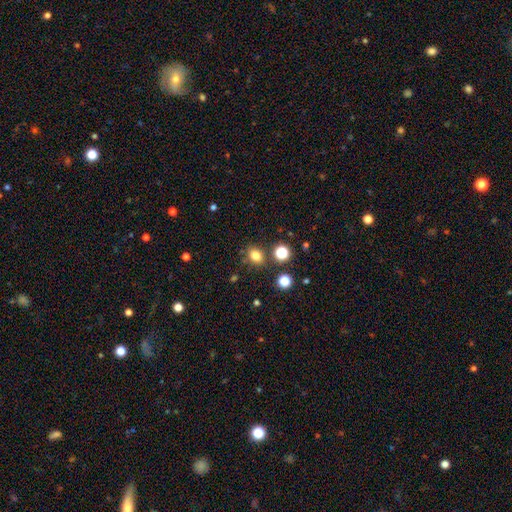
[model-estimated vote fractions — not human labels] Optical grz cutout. It shows a smooth galaxy with no disk features (79%) that is in between round and cigar-shaped (51%). Merging: none (78%).